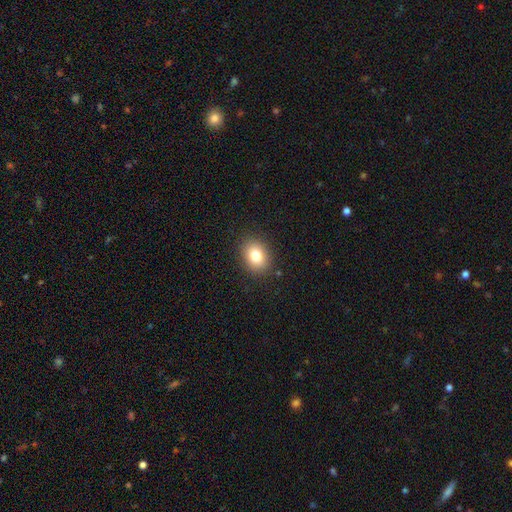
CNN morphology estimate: smooth_or_featured: smooth (p=0.81) [alt: star or artifact p=0.10]
how_rounded: in between (p=0.58) [alt: round p=0.41]
merging: none (p=0.87) [alt: minor disturbance p=0.09]